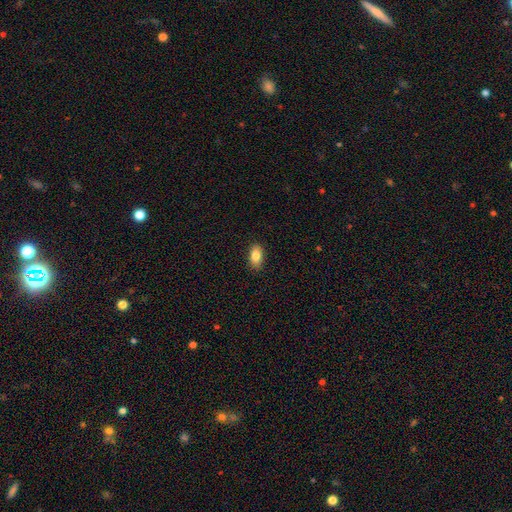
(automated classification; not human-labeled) smooth-or-featured: smooth: 85% | star or artifact: 8% | featured or disk: 8%
  how-rounded: in between: 91% | round: 6% | cigar-shaped: 4%
  merging: none: 88% | minor disturbance: 9% | major disturbance: 2% | merger: 1%